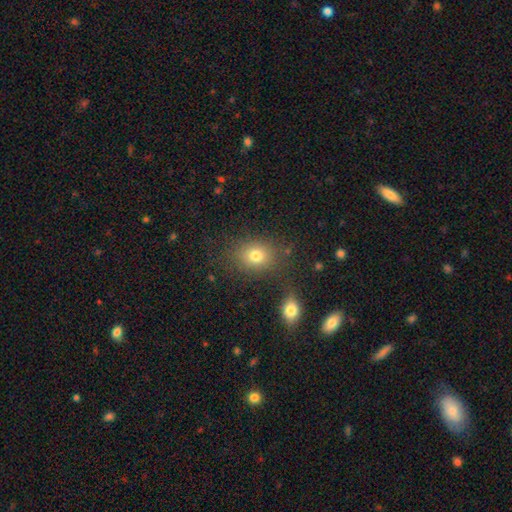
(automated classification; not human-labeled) A smooth galaxy with no disk features (78%) that is round (53%).

Vote fractions:
- Smooth or featured? smooth: 78% / star or artifact: 13% / featured or disk: 9%
- How rounded? round: 53% / in between: 45% / cigar-shaped: 1%
- Merging? none: 75% / minor disturbance: 12% / merger: 8% / major disturbance: 5%